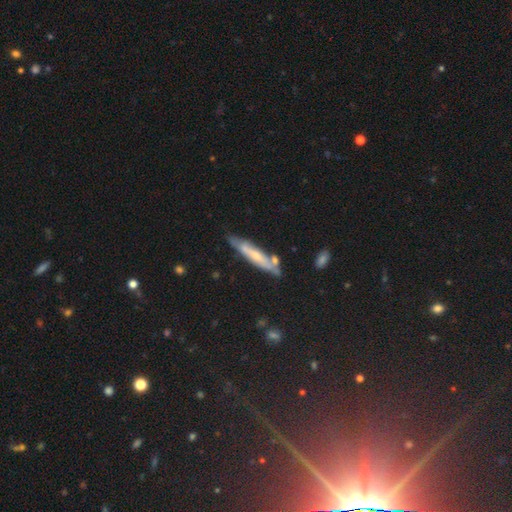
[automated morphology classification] Smooth or featured: featured or disk — 54% (smooth — 39%)
Edge-on disk: yes — 74% (no — 26%)
Merging: none — 67% (minor disturbance — 20%)